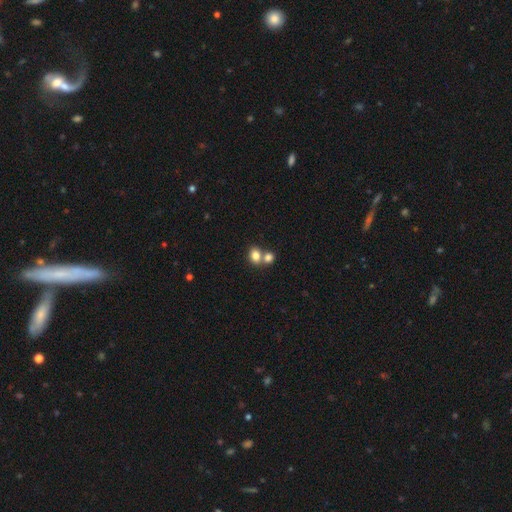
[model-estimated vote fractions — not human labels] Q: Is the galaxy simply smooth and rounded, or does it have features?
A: smooth — 81%.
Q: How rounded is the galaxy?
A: in between — 57%.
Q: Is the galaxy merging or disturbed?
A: merger — 51%.